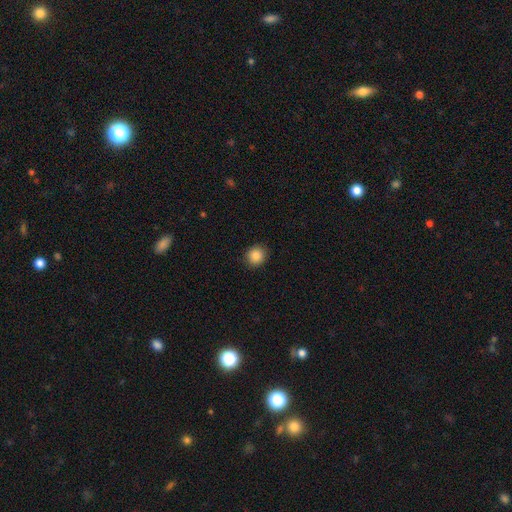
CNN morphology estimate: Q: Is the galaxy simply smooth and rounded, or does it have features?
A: smooth — 86%.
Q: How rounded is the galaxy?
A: round — 85%.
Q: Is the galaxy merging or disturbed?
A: none — 90%.